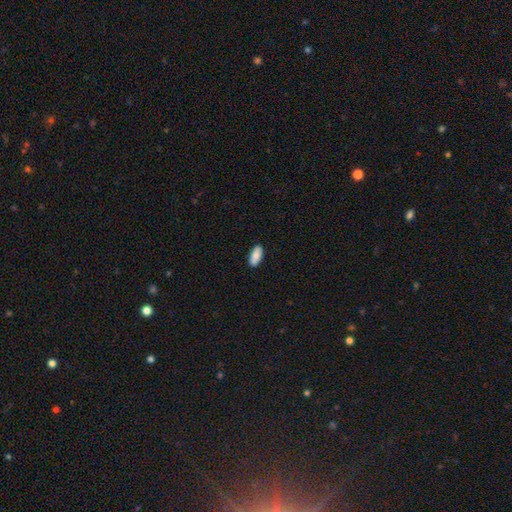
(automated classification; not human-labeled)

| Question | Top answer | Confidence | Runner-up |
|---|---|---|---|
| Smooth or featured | smooth | 89% | star or artifact (6%) |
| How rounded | in between | 89% | cigar-shaped (9%) |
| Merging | none | 90% | minor disturbance (8%) |